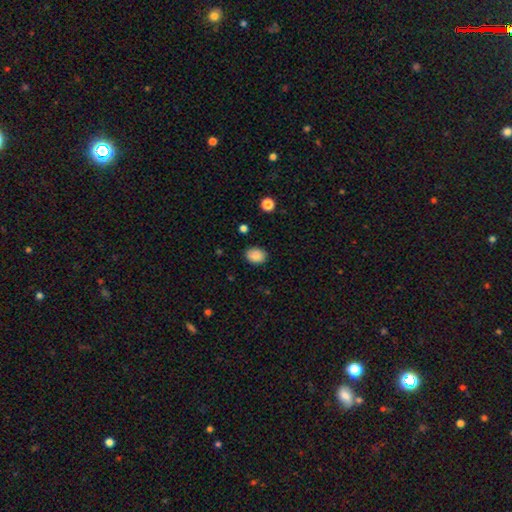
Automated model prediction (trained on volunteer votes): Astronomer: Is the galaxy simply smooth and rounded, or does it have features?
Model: smooth — 87%.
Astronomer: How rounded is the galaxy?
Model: in between — 63%.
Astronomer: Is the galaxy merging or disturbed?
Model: none — 86%.